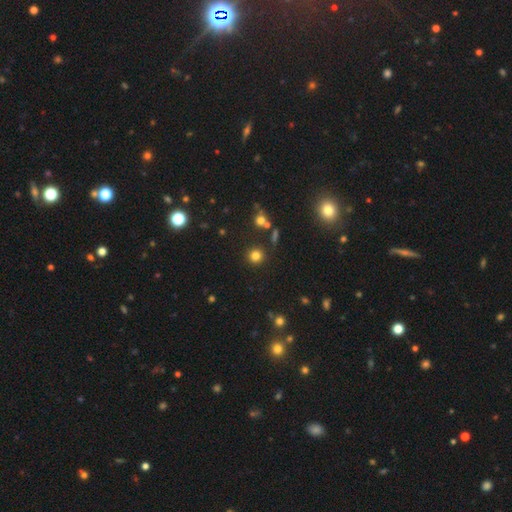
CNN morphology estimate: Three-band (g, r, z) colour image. It shows a smooth galaxy with no disk features (79%) that is round (93%). Merging: none (88%).